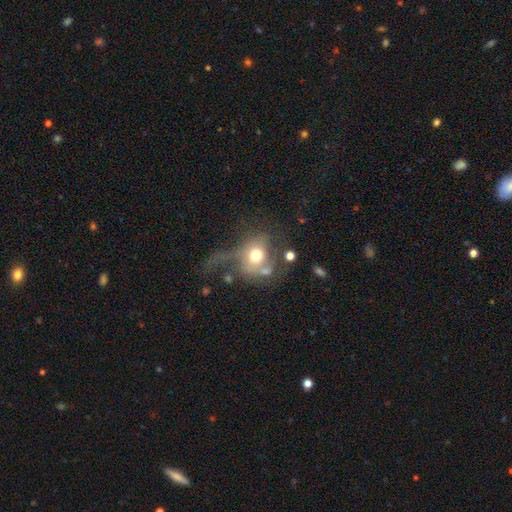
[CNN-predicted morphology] The model was most divided on "smooth or featured": smooth: 53%, featured or disk: 36%, star or artifact: 11%. More confident: how rounded — round (58%); merging — major disturbance (50%).